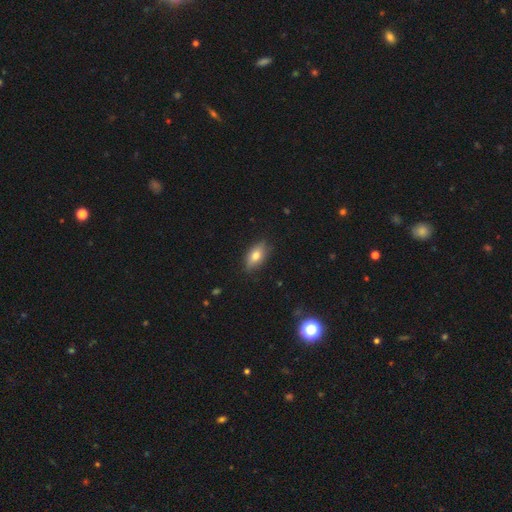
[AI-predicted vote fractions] Smooth or featured? smooth (73%)
How rounded? in between (86%)
Merging? none (83%)